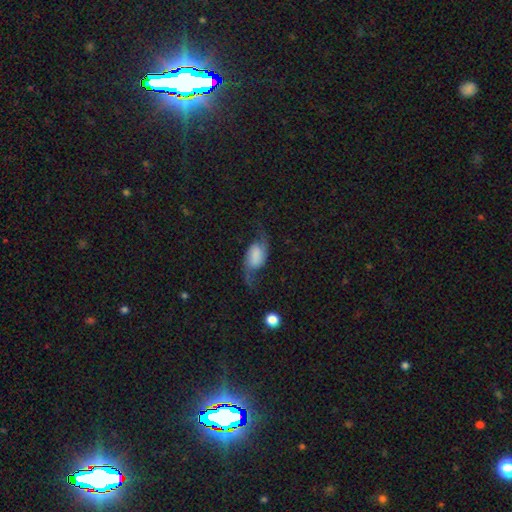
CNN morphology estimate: A featured or disk galaxy (73%) with no bar (45%), 2 (94%) loose (79%) spiral arms (95%) and no central bulge (37%).

Vote fractions:
- Smooth or featured? featured or disk: 73% / smooth: 20% / star or artifact: 8%
- Edge-on disk? no: 96% / yes: 4%
- Bar? no: 45% / weak: 37% / strong: 18%
- Spiral arms? yes: 95% / no: 5%
- Spiral winding? loose: 79% / medium: 16% / tight: 5%
- Spiral arm count? 2: 94% / 1: 2% / can't tell: 2% / 3: 1% / 4: 1% / more than 4: 1%
- Bulge size? none: 37% / large: 23% / dominant: 19% / small: 12% / moderate: 10%
- Merging? none: 64% / minor disturbance: 18% / major disturbance: 15% / merger: 2%